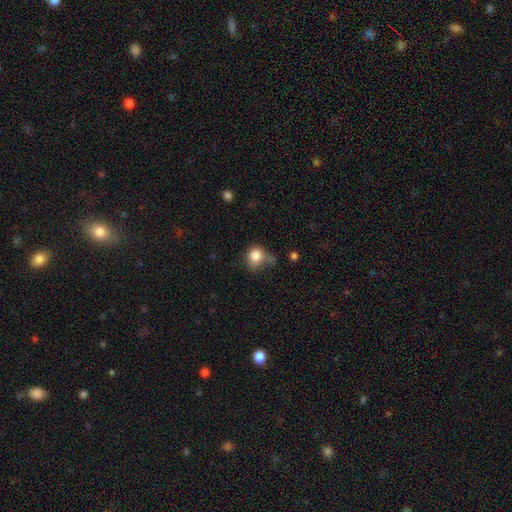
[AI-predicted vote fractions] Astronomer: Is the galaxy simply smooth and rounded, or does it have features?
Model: smooth — 81%.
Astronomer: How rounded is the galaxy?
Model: round — 66%.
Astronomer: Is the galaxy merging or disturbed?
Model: none — 40% (runner-up: minor disturbance, 33%).